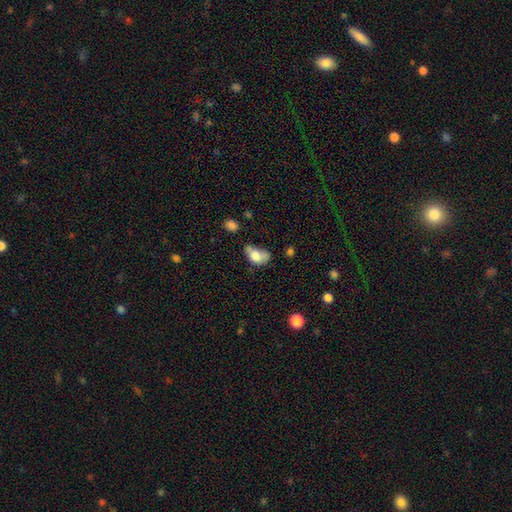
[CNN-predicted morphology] smooth_or_featured: smooth (p=0.72) [alt: featured or disk p=0.19]
how_rounded: in between (p=0.81) [alt: round p=0.17]
merging: minor disturbance (p=0.32) [alt: none p=0.24]